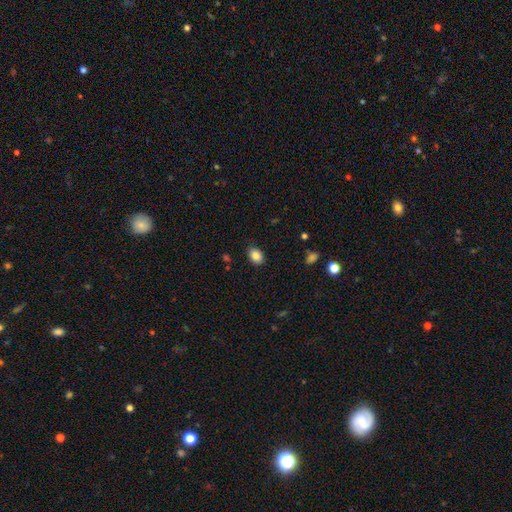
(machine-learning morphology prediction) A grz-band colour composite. It shows a smooth galaxy with no disk features (86%) that is in between round and cigar-shaped (81%). Merging: none (86%).